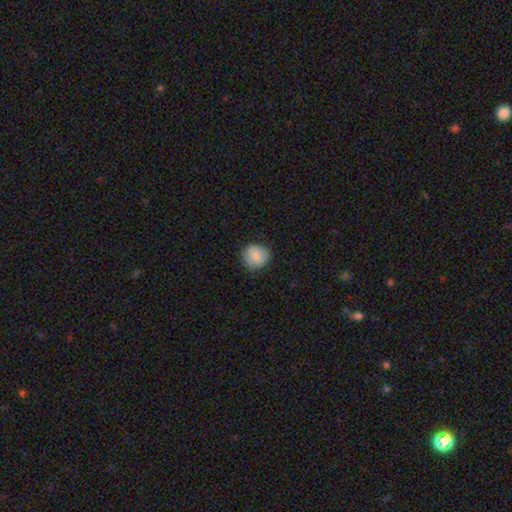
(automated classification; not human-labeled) smooth-or-featured: smooth: 78% | featured or disk: 14% | star or artifact: 7%
  how-rounded: round: 88% | in between: 11% | cigar-shaped: 1%
  merging: none: 82% | minor disturbance: 14% | major disturbance: 3% | merger: 1%